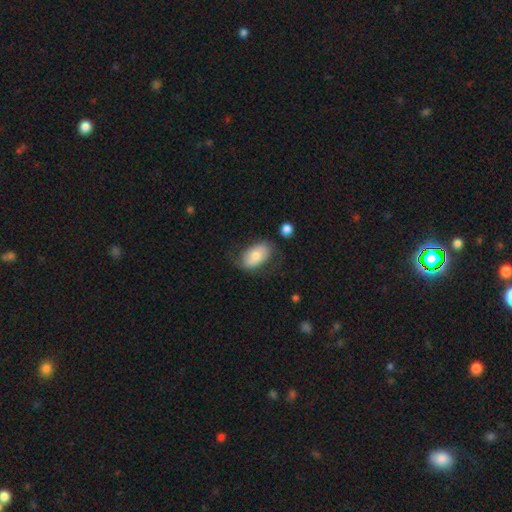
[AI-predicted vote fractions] Smooth or featured: smooth — 63% (featured or disk — 30%)
How rounded: in between — 91% (round — 7%)
Merging: none — 60% (minor disturbance — 24%)